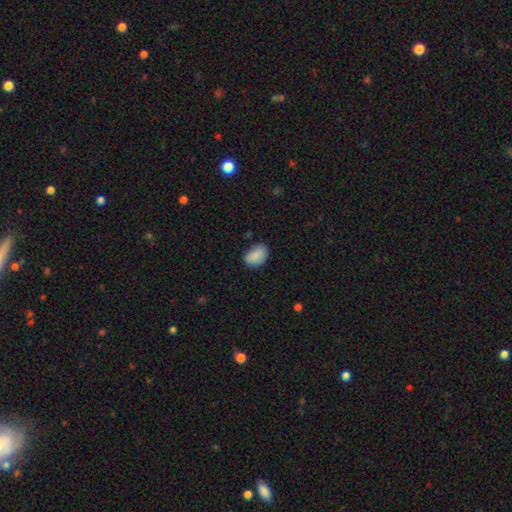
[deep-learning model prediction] Smooth or featured?
  - smooth: 86% *
  - star or artifact: 7%
  - featured or disk: 7%
How rounded?
  - in between: 79% *
  - round: 20%
  - cigar-shaped: 1%
Merging?
  - none: 75% *
  - minor disturbance: 20%
  - major disturbance: 4%
  - merger: 2%